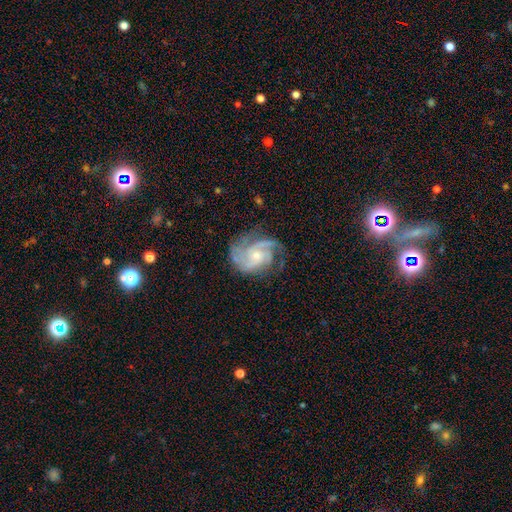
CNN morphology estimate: The model was most divided on "spiral winding": medium: 45%, tight: 43%, loose: 12%. Remaining: edge-on disk — no (98%); spiral arms — yes (97%); smooth or featured — featured or disk (89%); bar — no (70%); merging — none (68%); bulge size — small (63%); spiral arm count — 3 (38%).